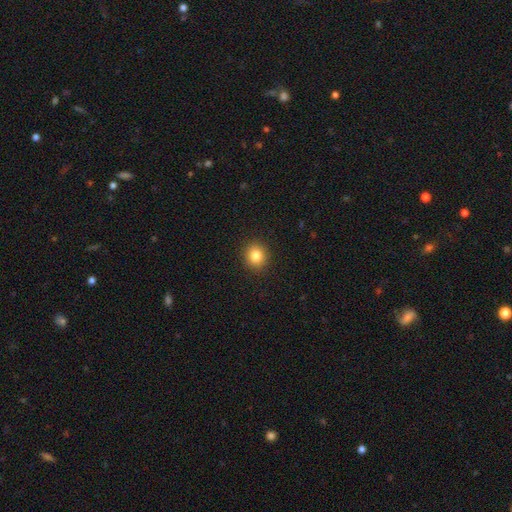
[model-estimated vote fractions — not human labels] The model was most divided on "smooth or featured": smooth: 83%, star or artifact: 11%, featured or disk: 6%. More confident: merging — none (92%); how rounded — round (87%).